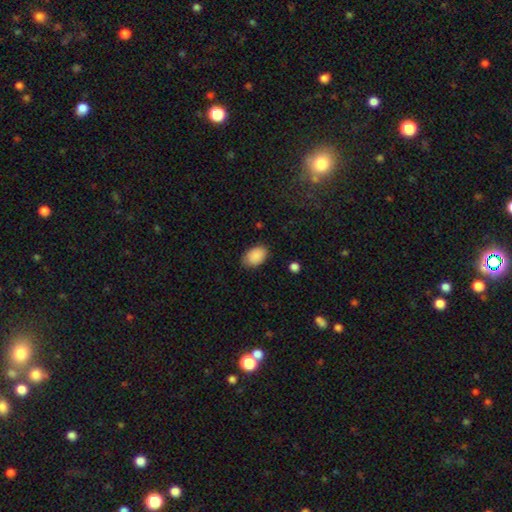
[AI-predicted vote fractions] smooth 90%, star or artifact 7%, featured or disk 3%. Down the decision tree: how rounded — in between (89%); merging — none (83%).